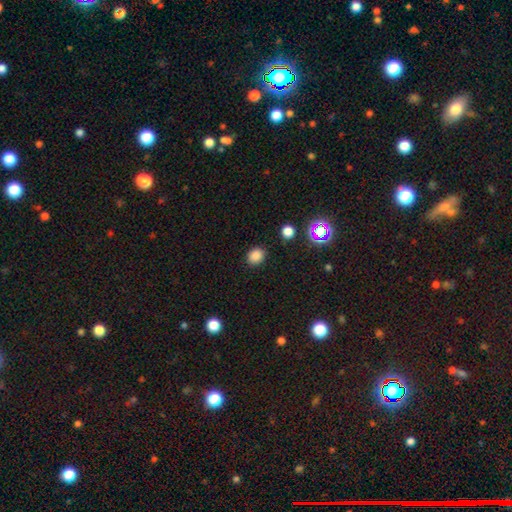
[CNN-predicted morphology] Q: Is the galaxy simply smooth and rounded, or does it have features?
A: smooth — 83%.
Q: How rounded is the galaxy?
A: round — 56%.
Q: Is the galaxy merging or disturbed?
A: none — 87%.